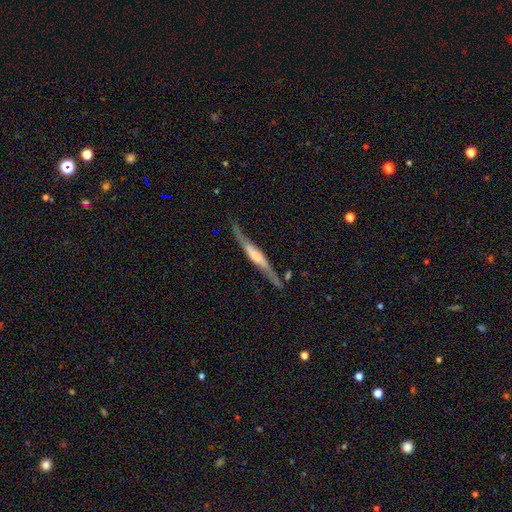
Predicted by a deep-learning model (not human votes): smooth-or-featured: featured or disk: 69% | smooth: 25% | star or artifact: 5%
  disk-edge-on: yes: 91% | no: 9%
    edge-on-bulge: rounded: 42% | boxy: 38% | none: 20%
  merging: none: 74% | minor disturbance: 18% | major disturbance: 5% | merger: 3%